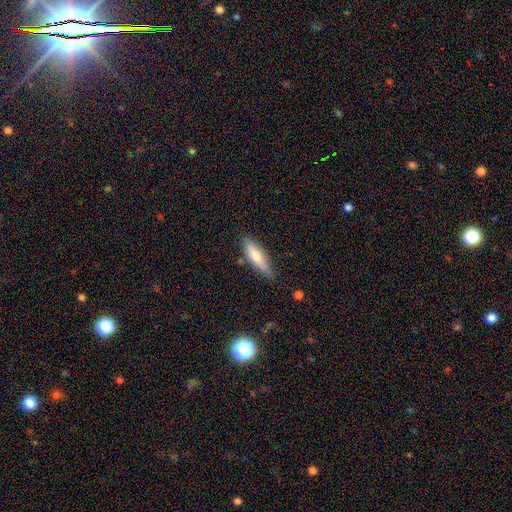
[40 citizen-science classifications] smooth 65%, featured or disk 25%, star or artifact 10%. Down the decision tree: how rounded — cigar-shaped (81%); merging — none (67%).